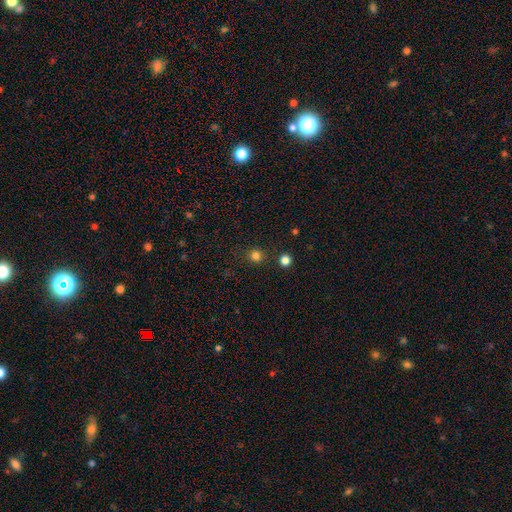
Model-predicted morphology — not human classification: Overall: smooth (80%). How rounded: round (92%). Merging: none (88%).